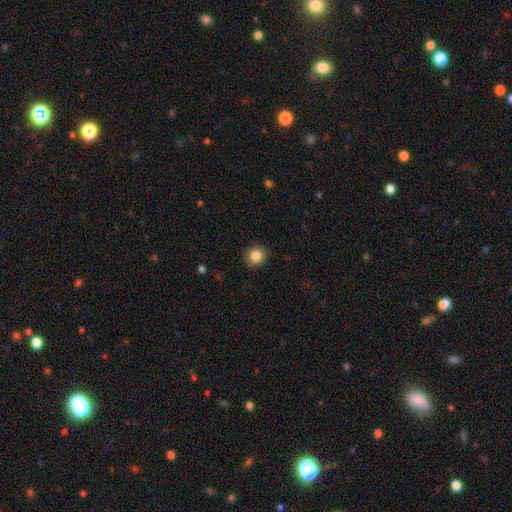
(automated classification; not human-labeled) smooth_or_featured: smooth (p=0.85) [alt: star or artifact p=0.10]
how_rounded: round (p=0.85) [alt: in between p=0.14]
merging: none (p=0.91) [alt: minor disturbance p=0.06]